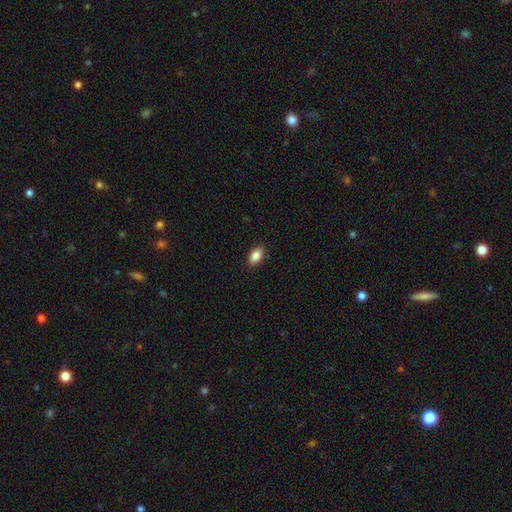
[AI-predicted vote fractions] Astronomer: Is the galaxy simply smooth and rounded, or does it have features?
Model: smooth — 87%.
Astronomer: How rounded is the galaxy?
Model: in between — 90%.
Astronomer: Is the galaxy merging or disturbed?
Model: none — 89%.